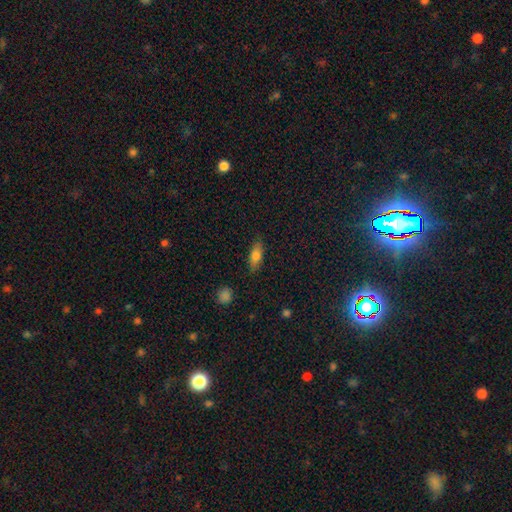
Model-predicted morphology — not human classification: Smooth or featured?
  - smooth: 73% *
  - featured or disk: 19%
  - star or artifact: 8%
How rounded?
  - in between: 66% *
  - cigar-shaped: 30%
  - round: 3%
Merging?
  - none: 85% *
  - minor disturbance: 12%
  - major disturbance: 2%
  - merger: 1%